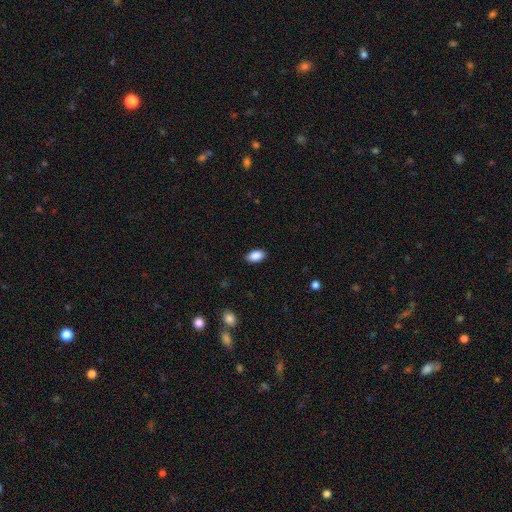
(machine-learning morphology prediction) Overall: smooth (89%). How rounded: in between (93%). Merging: none (87%).